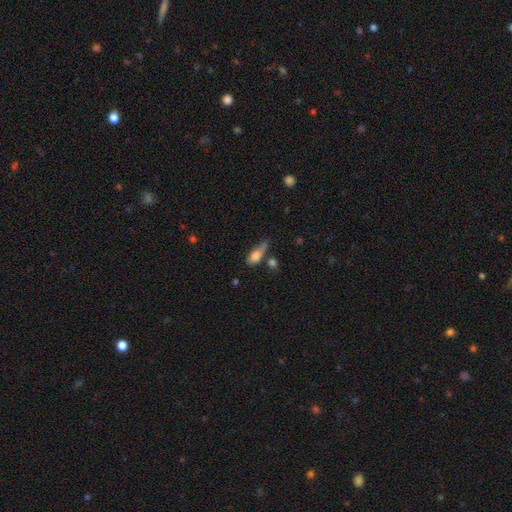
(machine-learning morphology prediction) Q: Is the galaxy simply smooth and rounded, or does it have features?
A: smooth — 72%.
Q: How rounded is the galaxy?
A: in between — 69%.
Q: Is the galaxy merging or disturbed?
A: none — 33%.